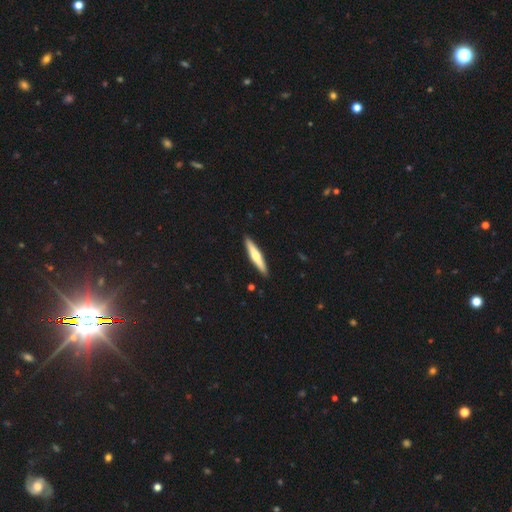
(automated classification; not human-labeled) smooth-or-featured: featured or disk: 50% | smooth: 45% | star or artifact: 5%
  merging: none: 92% | minor disturbance: 6% | major disturbance: 1% | merger: 1%